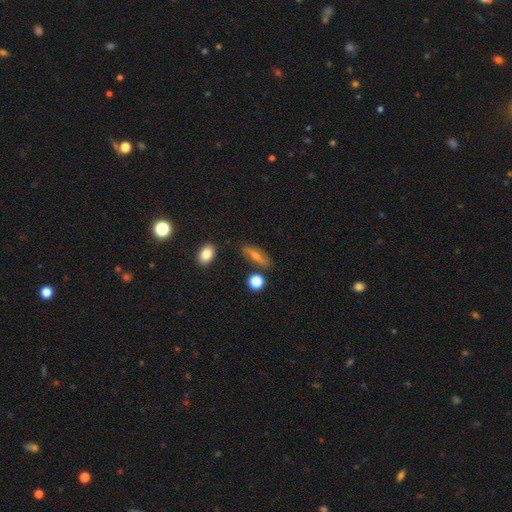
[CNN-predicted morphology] Q: Smooth or featured?
A: smooth (45%); runner-up: featured or disk (41%)
Q: Merging?
A: none (79%); runner-up: minor disturbance (14%)